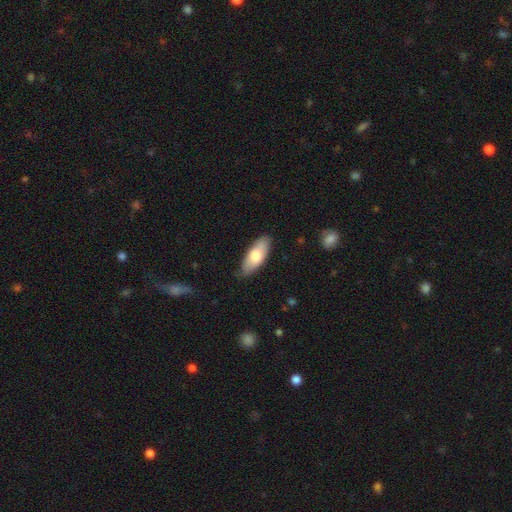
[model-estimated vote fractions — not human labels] This is likely a smooth galaxy (73%). How rounded: likely in between (79%). Merging: clearly none (83%).